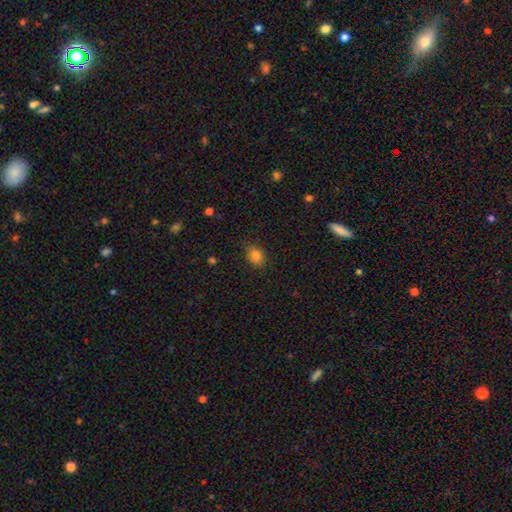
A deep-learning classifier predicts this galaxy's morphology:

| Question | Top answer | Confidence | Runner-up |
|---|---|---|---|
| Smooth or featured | smooth | 82% | star or artifact (12%) |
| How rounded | in between | 61% | round (37%) |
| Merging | none | 82% | minor disturbance (14%) |